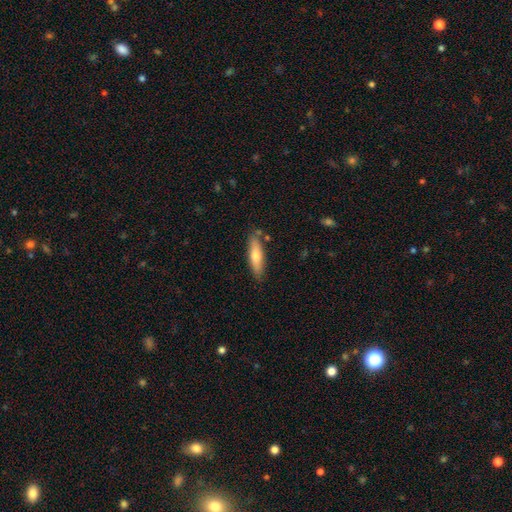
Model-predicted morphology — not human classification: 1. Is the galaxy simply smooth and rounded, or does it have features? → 66% smooth, 28% featured or disk, 6% star or artifact.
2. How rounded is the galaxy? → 67% cigar-shaped, 31% in between, 2% round.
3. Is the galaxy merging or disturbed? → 83% none, 12% minor disturbance, 3% merger, 2% major disturbance.